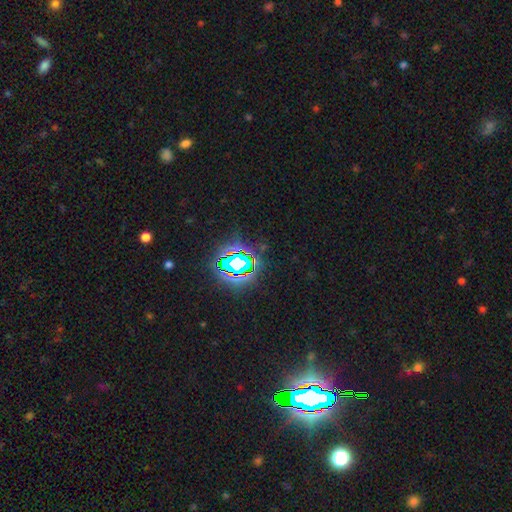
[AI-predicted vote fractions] Smooth or featured? Predicted: star or artifact (p=0.84).